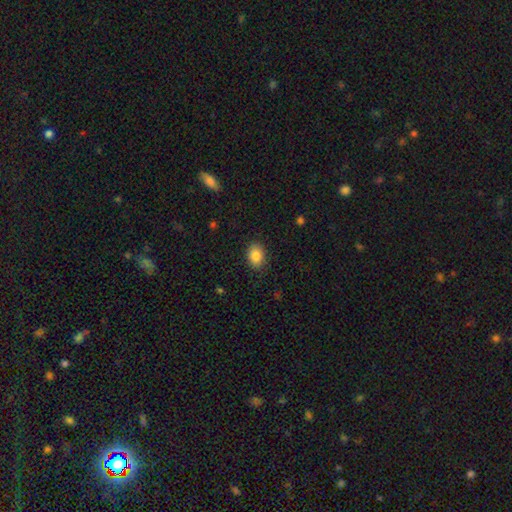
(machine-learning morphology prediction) Smooth or featured: smooth — 86% (star or artifact — 8%)
How rounded: in between — 74% (round — 25%)
Merging: none — 87% (minor disturbance — 9%)